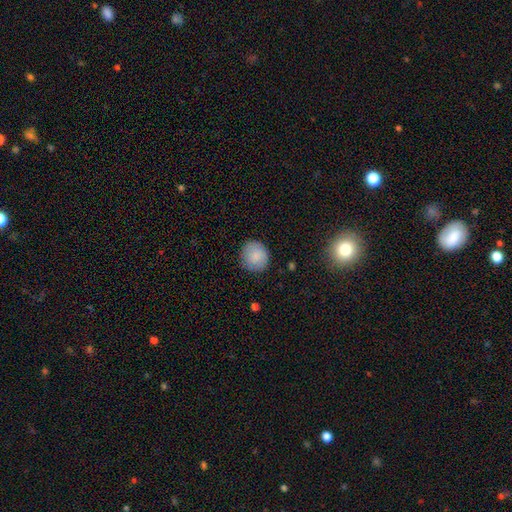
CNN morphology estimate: This appears to be a smooth galaxy with no disk features (86%) that is round (88%). Merging: none (86%).